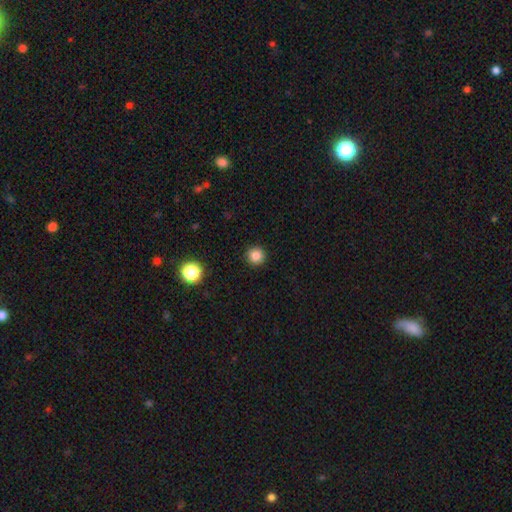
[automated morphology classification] smooth 84%, star or artifact 11%, featured or disk 4%. Down the decision tree: how rounded — round (95%); merging — none (92%).